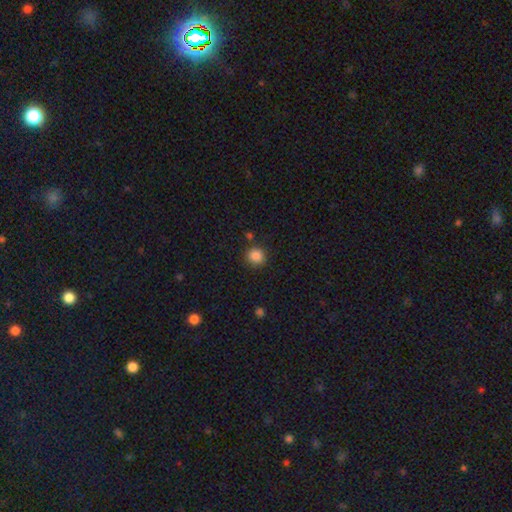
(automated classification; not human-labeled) Smooth or featured? smooth (86%)
How rounded? round (88%)
Merging? none (84%)